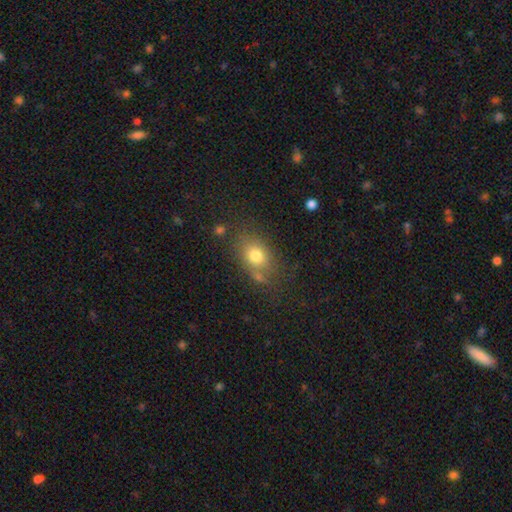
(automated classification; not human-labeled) A smooth galaxy with no disk features (74%) that is in between round and cigar-shaped (69%). Merging: none (69%).